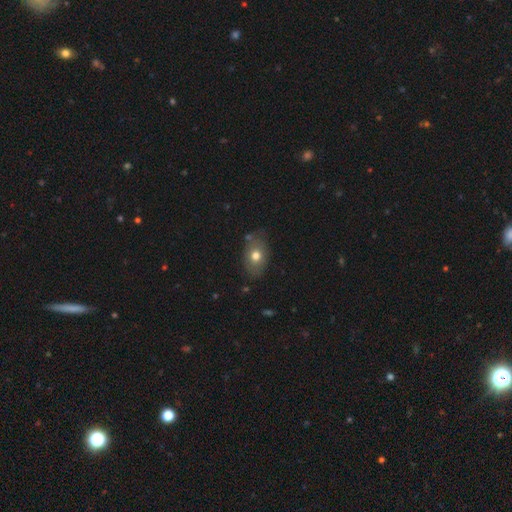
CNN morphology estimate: type=smooth (72%); roundness=in between (79%); merging=none (76%).